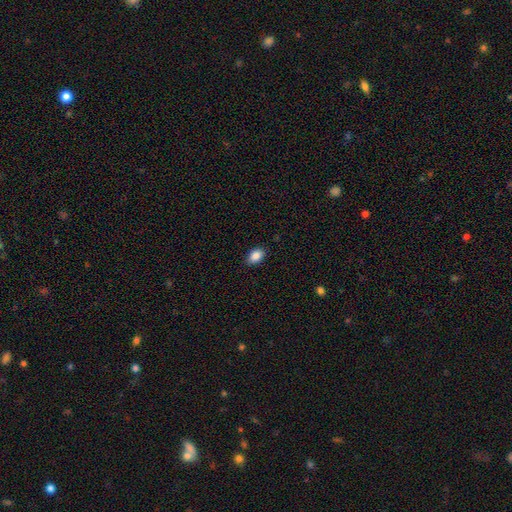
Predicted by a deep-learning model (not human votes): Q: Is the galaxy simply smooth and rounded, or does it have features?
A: smooth — 88%.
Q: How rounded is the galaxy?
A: in between — 87%.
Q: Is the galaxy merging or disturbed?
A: none — 86%.